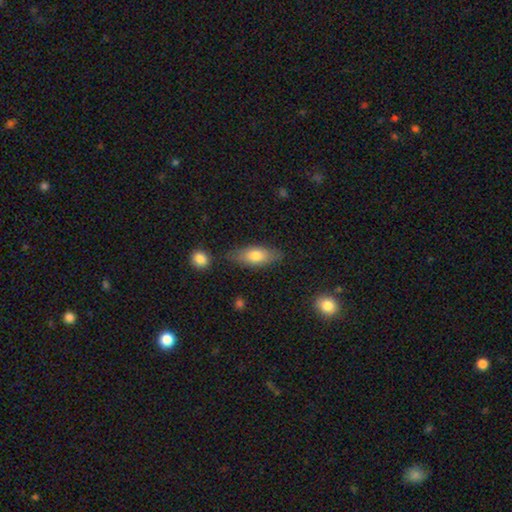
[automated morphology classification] A smooth galaxy with no disk features (75%) that is in between round and cigar-shaped (75%). Merging: none (76%).